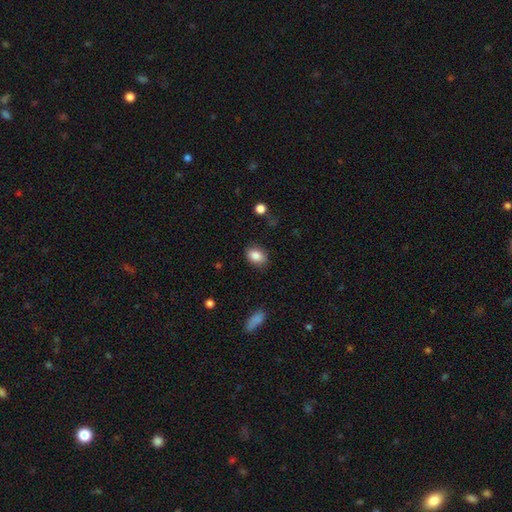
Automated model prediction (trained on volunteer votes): A smooth galaxy with no disk features (86%) that is in between round and cigar-shaped (78%).

Vote fractions:
- Smooth or featured? smooth: 86% / star or artifact: 8% / featured or disk: 6%
- How rounded? in between: 78% / round: 21% / cigar-shaped: 1%
- Merging? none: 84% / minor disturbance: 12% / major disturbance: 3% / merger: 1%